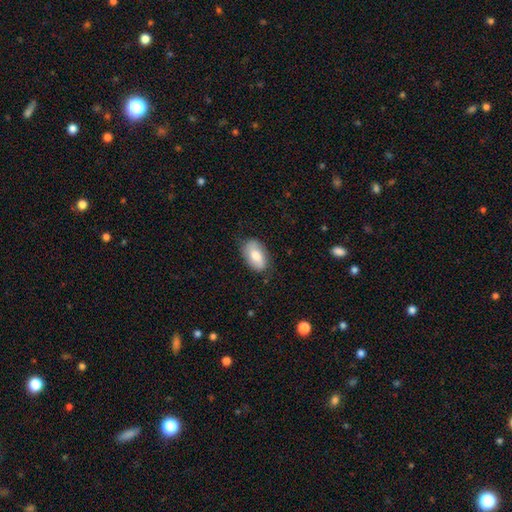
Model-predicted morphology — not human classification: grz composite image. It shows a smooth galaxy with no disk features (69%) that is in between round and cigar-shaped (93%). Merging: none (73%).